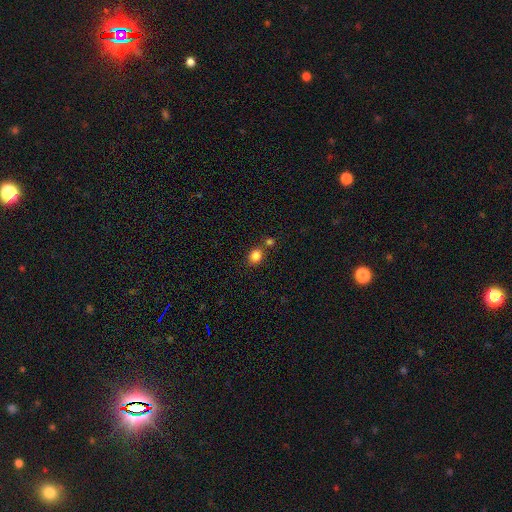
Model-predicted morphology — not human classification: smooth 84%, star or artifact 11%, featured or disk 5%. Down the decision tree: how rounded — round (67%); merging — none (72%).